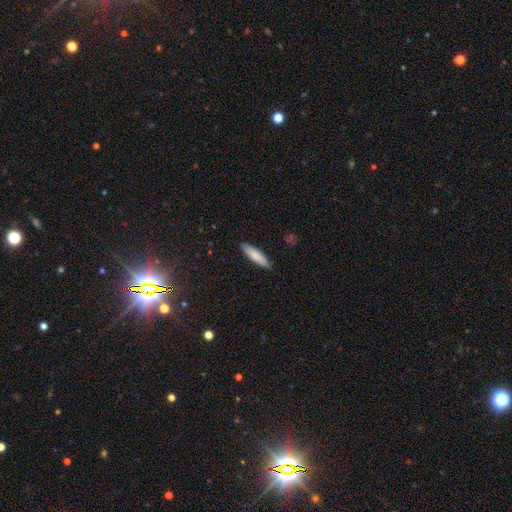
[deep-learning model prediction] Morphology: type=smooth (83%); roundness=cigar-shaped (77%); merging=none (89%).